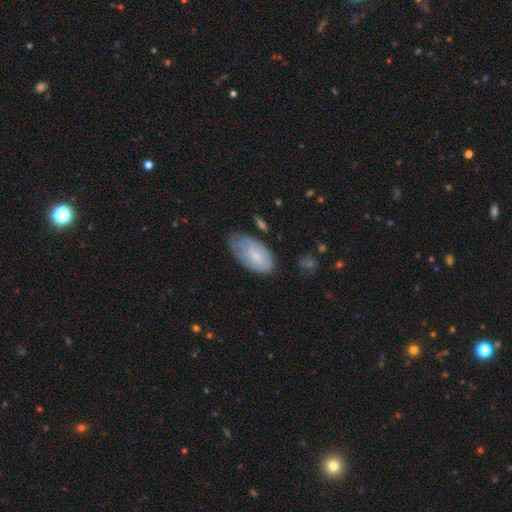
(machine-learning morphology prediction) Overall: smooth (64%; featured or disk 29%). How rounded: in between (94%). Merging: none (49%; minor disturbance 36%).